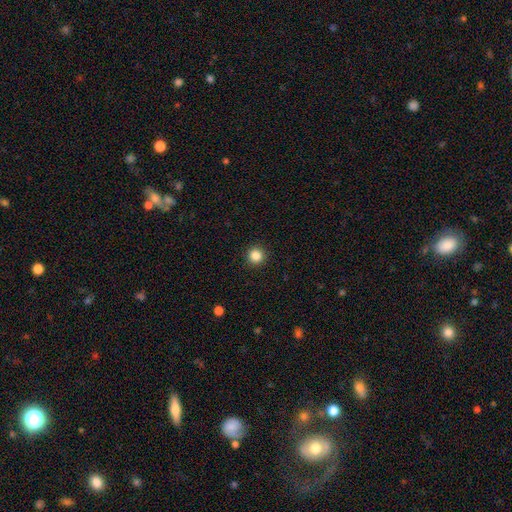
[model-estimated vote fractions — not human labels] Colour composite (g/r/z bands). It shows a smooth galaxy with no disk features (85%) that is round (95%). Merging: none (93%).